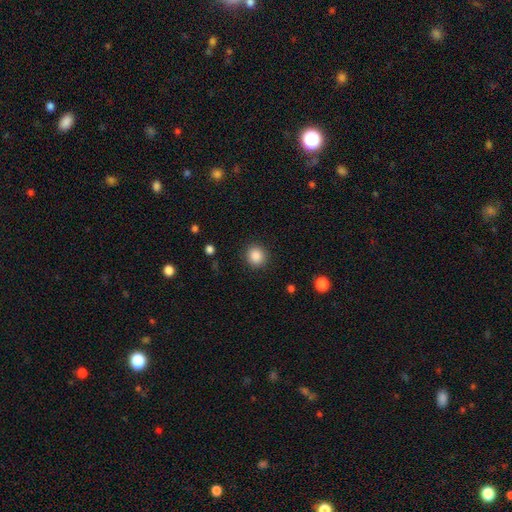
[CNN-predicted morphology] Smooth or featured?
  - smooth: 87% *
  - star or artifact: 9%
  - featured or disk: 3%
How rounded?
  - round: 89% *
  - in between: 11%
  - cigar-shaped: 1%
Merging?
  - none: 90% *
  - minor disturbance: 7%
  - major disturbance: 3%
  - merger: 1%